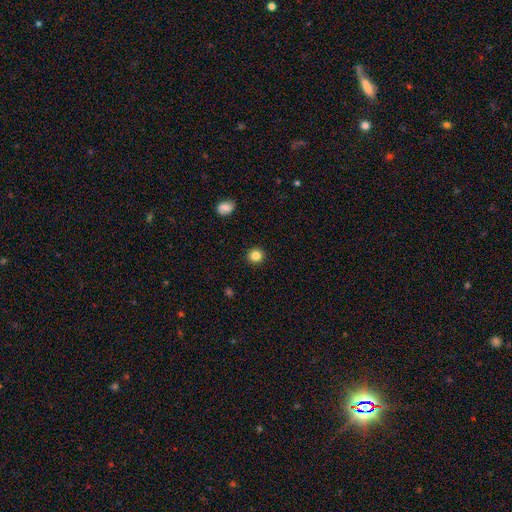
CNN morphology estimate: This is clearly a smooth galaxy (85%). How rounded: clearly round (91%). Merging: clearly none (92%).